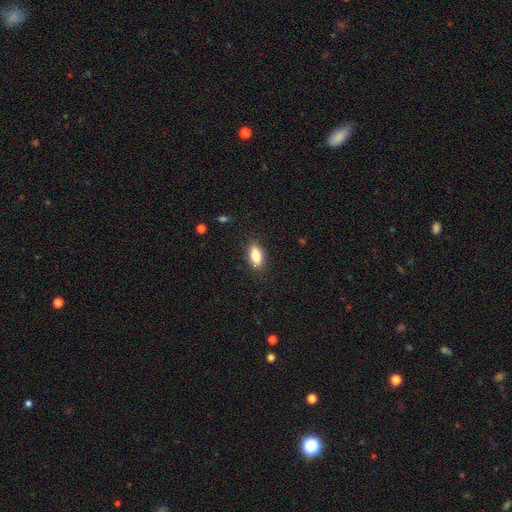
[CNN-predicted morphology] Smooth or featured? smooth (82%)
How rounded? in between (85%)
Merging? none (87%)